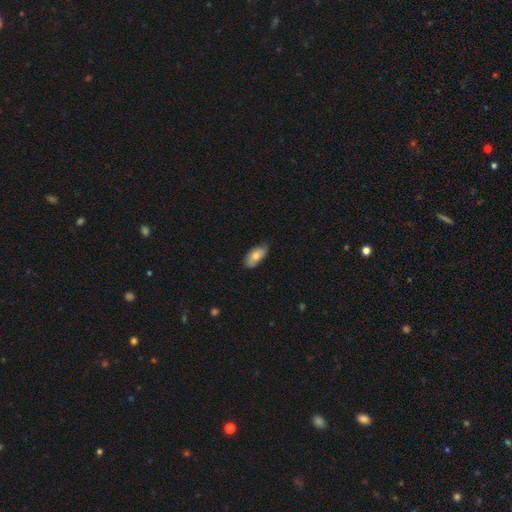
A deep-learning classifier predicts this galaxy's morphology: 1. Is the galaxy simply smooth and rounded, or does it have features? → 70% smooth, 24% featured or disk, 6% star or artifact.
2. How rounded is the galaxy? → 92% in between, 5% cigar-shaped, 3% round.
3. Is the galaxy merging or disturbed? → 72% none, 24% minor disturbance, 3% major disturbance, 1% merger.